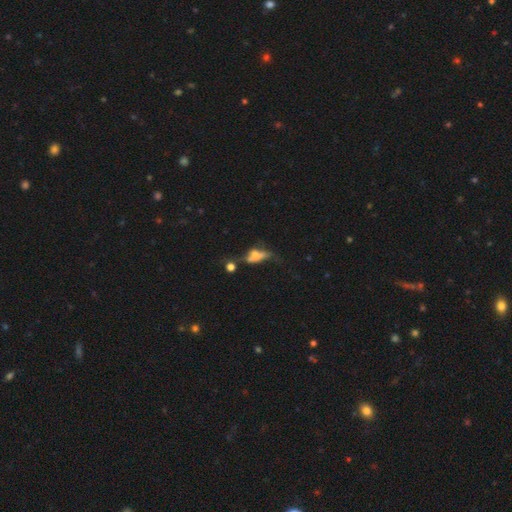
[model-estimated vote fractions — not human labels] A featured or disk galaxy (43%).

Vote fractions:
- Smooth or featured? featured or disk: 43% / smooth: 42% / star or artifact: 15%
- Merging? major disturbance: 30% / none: 26% / merger: 24% / minor disturbance: 19%